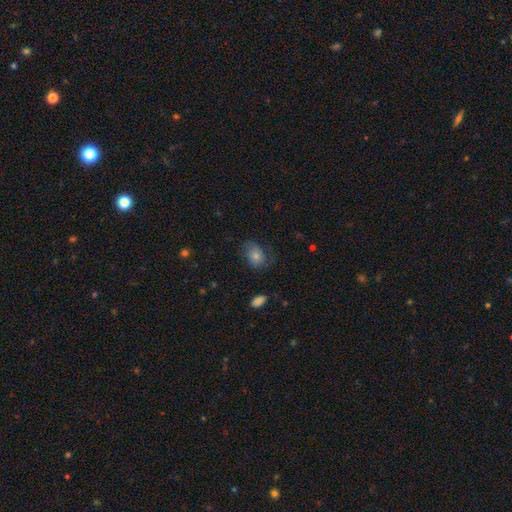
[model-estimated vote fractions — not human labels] Smooth or featured? Predicted: smooth (p=0.54). How rounded? Predicted: in between (p=0.68). Merging? Predicted: none (p=0.60).